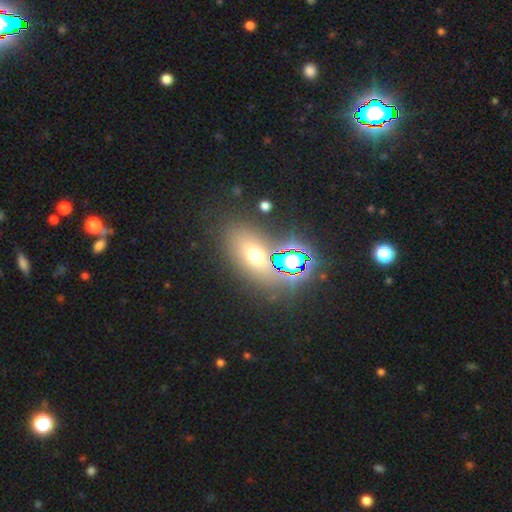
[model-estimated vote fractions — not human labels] A smooth galaxy with no disk features (54%) that is in between round and cigar-shaped (71%).

Vote fractions:
- Smooth or featured? smooth: 54% / star or artifact: 30% / featured or disk: 16%
- How rounded? in between: 71% / round: 24% / cigar-shaped: 6%
- Merging? none: 77% / minor disturbance: 11% / merger: 7% / major disturbance: 5%